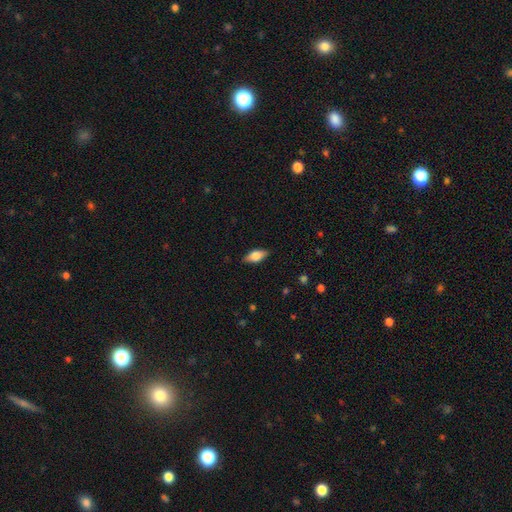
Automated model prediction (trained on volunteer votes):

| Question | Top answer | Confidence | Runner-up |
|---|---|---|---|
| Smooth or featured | smooth | 67% | featured or disk (26%) |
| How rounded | in between | 81% | cigar-shaped (16%) |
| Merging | none | 87% | minor disturbance (10%) |